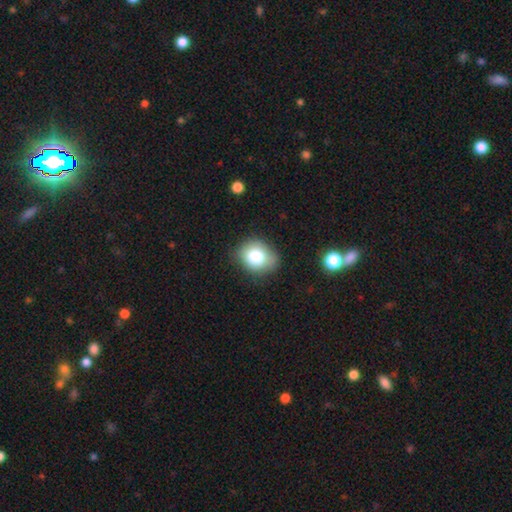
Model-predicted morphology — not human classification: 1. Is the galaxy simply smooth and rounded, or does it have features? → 80% smooth, 11% featured or disk, 9% star or artifact.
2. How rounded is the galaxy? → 54% round, 45% in between, 1% cigar-shaped.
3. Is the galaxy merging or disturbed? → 75% none, 19% minor disturbance, 4% major disturbance, 2% merger.